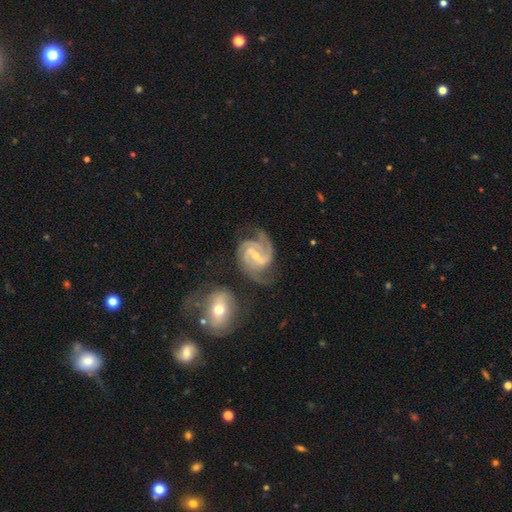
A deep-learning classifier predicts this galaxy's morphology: Q: Smooth or featured?
A: featured or disk (92%); runner-up: star or artifact (5%)
Q: Edge-on disk?
A: no (98%); runner-up: yes (2%)
Q: Bar?
A: weak (45%); runner-up: strong (41%)
Q: Spiral arms?
A: yes (98%); runner-up: no (2%)
Q: Spiral winding?
A: medium (51%); runner-up: tight (40%)
Q: Spiral arm count?
A: 3 (46%); runner-up: 2 (32%)
Q: Bulge size?
A: small (58%); runner-up: moderate (37%)
Q: Merging?
A: none (61%); runner-up: minor disturbance (20%)